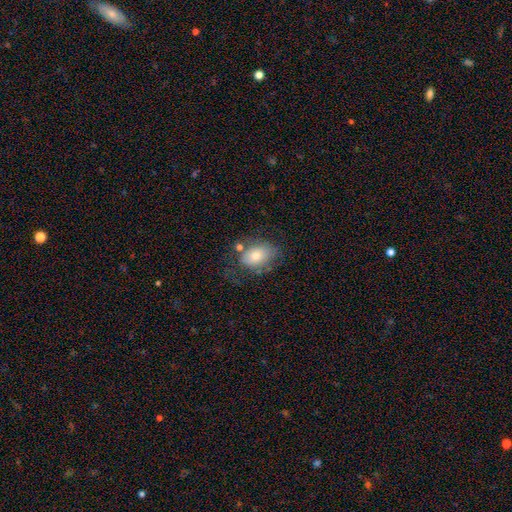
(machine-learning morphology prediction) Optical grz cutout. It shows a smooth galaxy with no disk features (73%) that is in between round and cigar-shaped (78%). Merging: none (56%).